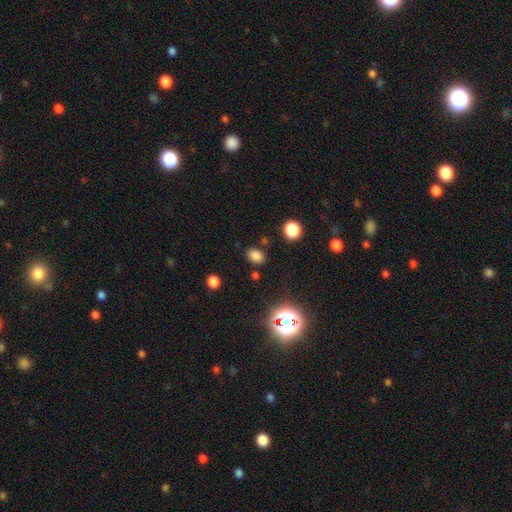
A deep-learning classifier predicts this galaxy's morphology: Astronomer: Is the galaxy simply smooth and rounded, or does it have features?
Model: smooth — 78%.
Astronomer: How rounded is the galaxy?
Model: in between — 67%.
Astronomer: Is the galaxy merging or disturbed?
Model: none — 83%.